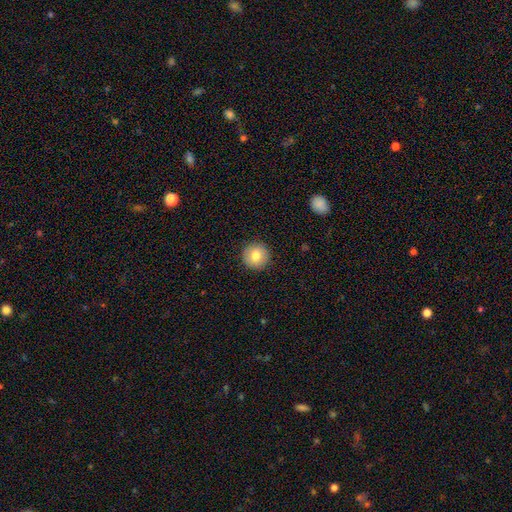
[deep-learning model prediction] This appears to be a smooth galaxy with no disk features (80%) that is round (95%). Merging: none (92%).